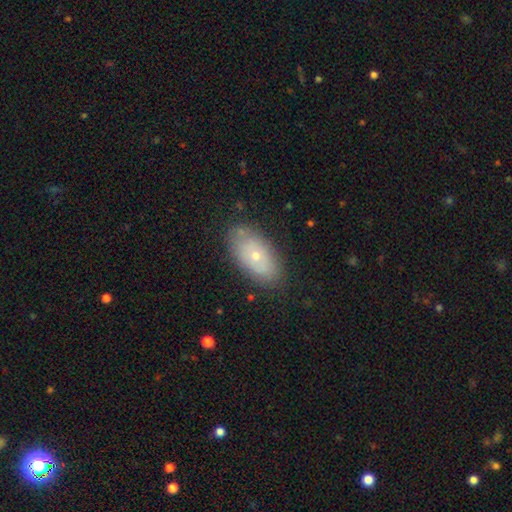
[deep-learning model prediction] The model was most divided on "smooth or featured": smooth: 53%, featured or disk: 40%, star or artifact: 8%. More confident: how rounded — in between (91%); merging — none (78%).